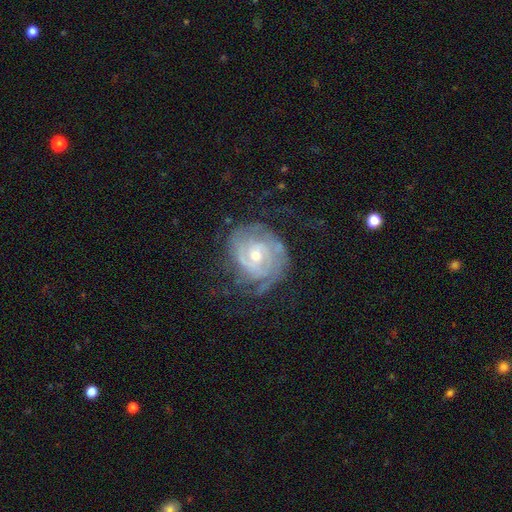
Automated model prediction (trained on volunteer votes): smooth-or-featured: featured or disk: 86% | smooth: 9% | star or artifact: 5%
  disk-edge-on: no: 97% | yes: 3%
    bar: no: 58% | weak: 35% | strong: 7%
    has-spiral-arms: yes: 94% | no: 6%
      spiral-winding: tight: 67% | medium: 26% | loose: 7%
      spiral-arm-count: 2: 37% | can't tell: 31% | 3: 15% | 4: 6% | 1: 5% | more than 4: 4%
    bulge-size: moderate: 49% | small: 48% | large: 2% | none: 1% | dominant: 1%
  merging: none: 62% | minor disturbance: 22% | major disturbance: 15% | merger: 2%